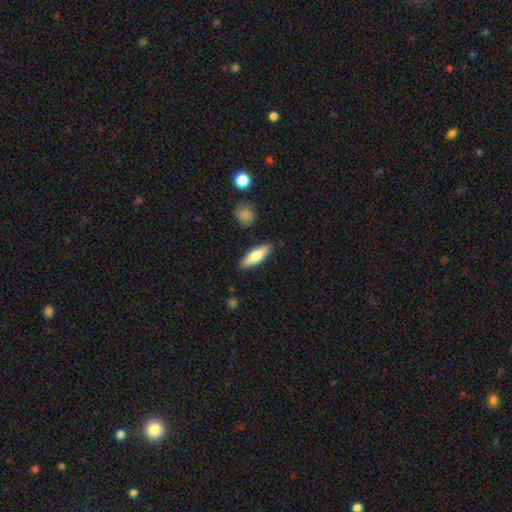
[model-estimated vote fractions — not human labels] Overall: smooth (70%). How rounded: cigar-shaped (50%; in between 48%). Merging: none (86%).